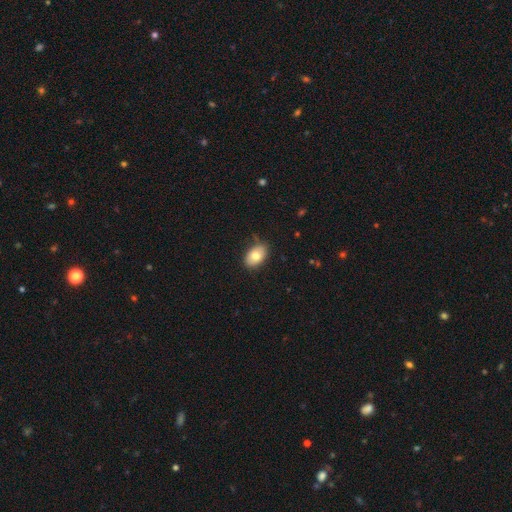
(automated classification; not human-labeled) A smooth galaxy with no disk features (77%) that is in between round and cigar-shaped (88%).

Vote fractions:
- Smooth or featured? smooth: 77% / featured or disk: 15% / star or artifact: 8%
- How rounded? in between: 88% / round: 11% / cigar-shaped: 1%
- Merging? none: 79% / minor disturbance: 17% / major disturbance: 3% / merger: 1%